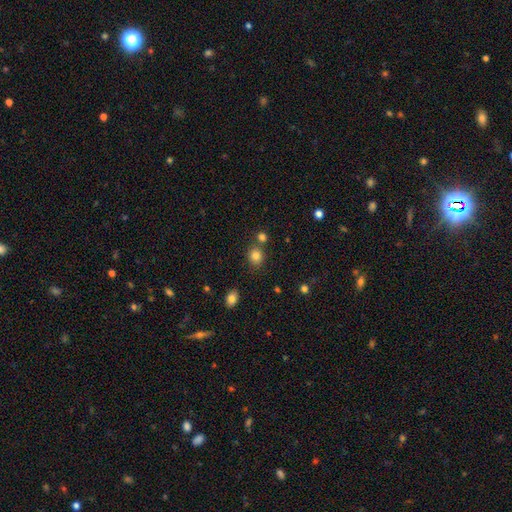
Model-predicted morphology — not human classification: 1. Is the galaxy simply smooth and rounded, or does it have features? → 83% smooth, 11% star or artifact, 5% featured or disk.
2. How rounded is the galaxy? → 77% round, 22% in between, 1% cigar-shaped.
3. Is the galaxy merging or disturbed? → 71% none, 15% merger, 10% minor disturbance, 3% major disturbance.